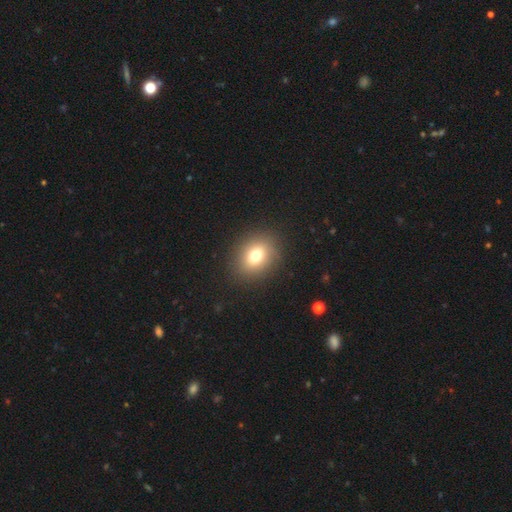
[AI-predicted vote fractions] Q: Smooth or featured?
A: smooth (75%); runner-up: star or artifact (13%)
Q: How rounded?
A: round (51%); runner-up: in between (48%)
Q: Merging?
A: none (88%); runner-up: minor disturbance (7%)